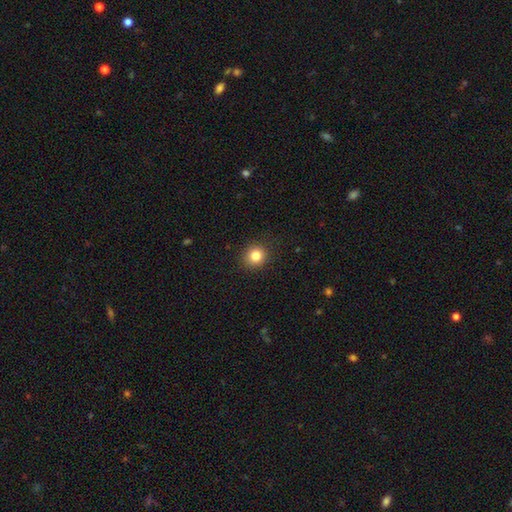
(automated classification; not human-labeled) Smooth or featured: smooth — 83% (star or artifact — 12%)
How rounded: round — 86% (in between — 13%)
Merging: none — 90% (minor disturbance — 7%)